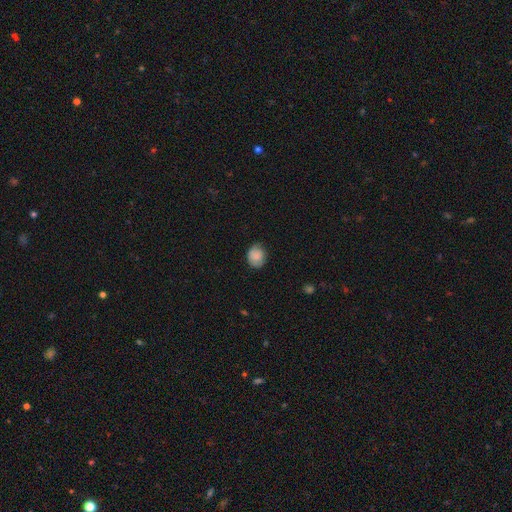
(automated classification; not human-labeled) Morphology: type=smooth (82%); roundness=round (56%); merging=none (72%).